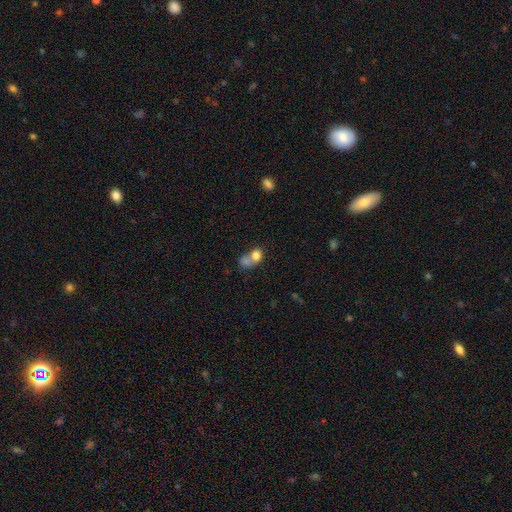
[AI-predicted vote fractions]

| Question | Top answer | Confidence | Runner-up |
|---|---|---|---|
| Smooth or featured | smooth | 75% | featured or disk (14%) |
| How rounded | round | 56% | in between (43%) |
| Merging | merger | 63% | none (23%) |